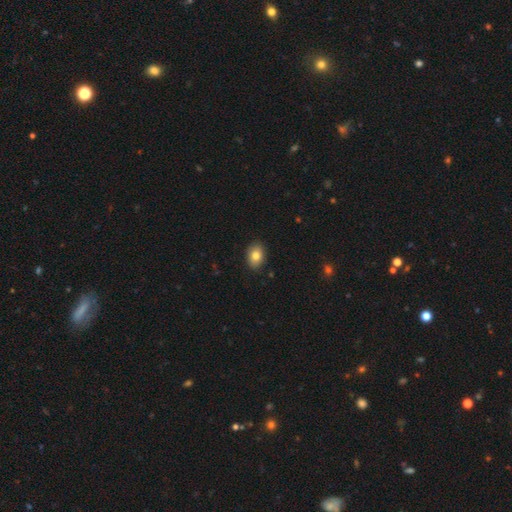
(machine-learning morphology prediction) This is clearly a smooth galaxy (82%). How rounded: likely in between (77%). Merging: clearly none (89%).